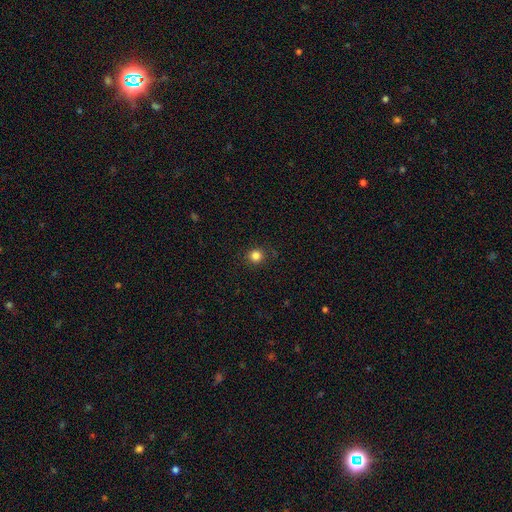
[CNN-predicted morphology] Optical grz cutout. It shows a smooth galaxy with no disk features (83%) that is round (93%). Merging: none (89%).